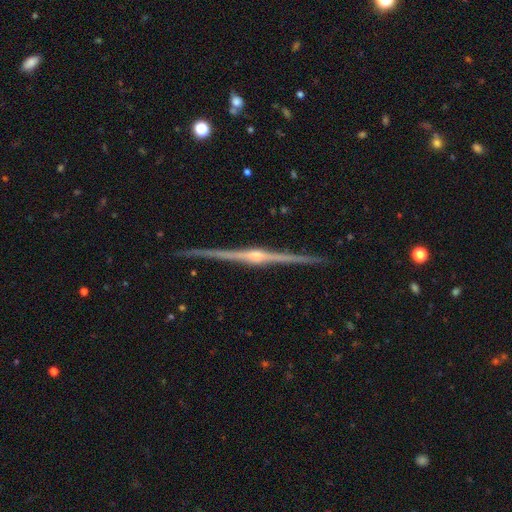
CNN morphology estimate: This appears to be a featured or disk galaxy (91%) viewed edge-on (99%) with a rounded central bulge (85%). Merging: none (93%).